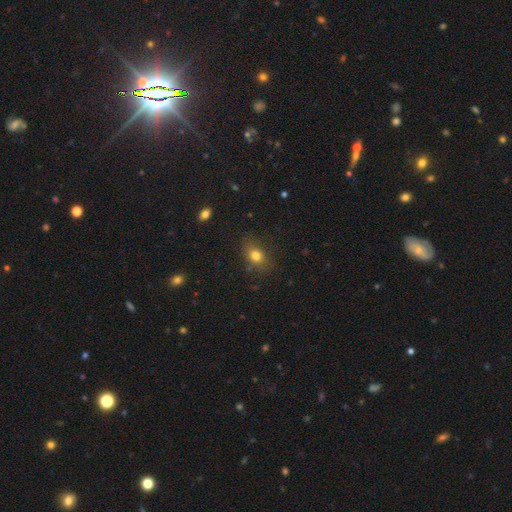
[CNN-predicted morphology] A smooth galaxy with no disk features (78%) that is in between round and cigar-shaped (68%).

Vote fractions:
- Smooth or featured? smooth: 78% / star or artifact: 12% / featured or disk: 10%
- How rounded? in between: 68% / round: 30% / cigar-shaped: 2%
- Merging? none: 78% / minor disturbance: 16% / major disturbance: 5% / merger: 2%